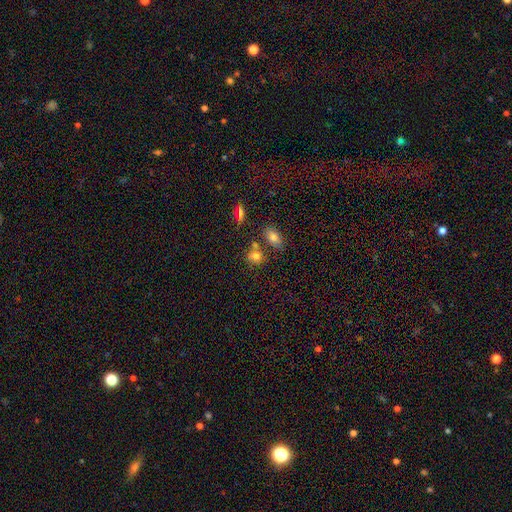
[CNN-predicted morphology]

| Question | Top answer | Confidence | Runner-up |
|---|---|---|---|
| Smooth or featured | smooth | 75% | star or artifact (14%) |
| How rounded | round | 53% | in between (45%) |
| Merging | none | 55% | merger (27%) |